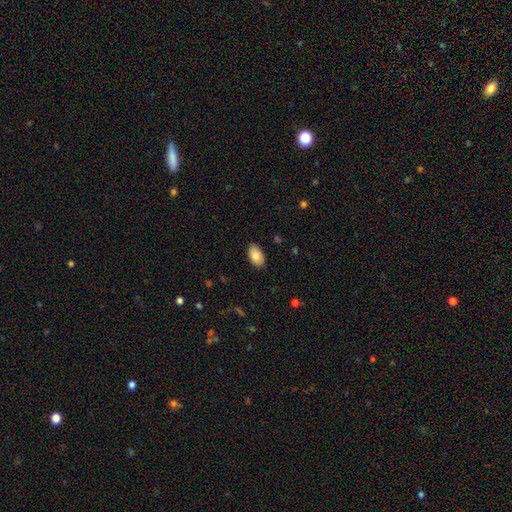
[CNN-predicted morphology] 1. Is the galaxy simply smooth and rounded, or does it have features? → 85% smooth, 9% featured or disk, 7% star or artifact.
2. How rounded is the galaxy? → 94% in between, 4% round, 1% cigar-shaped.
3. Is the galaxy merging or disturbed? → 88% none, 9% minor disturbance, 2% major disturbance, 1% merger.